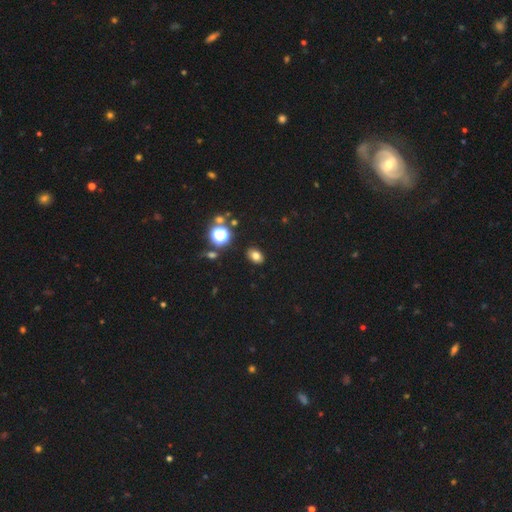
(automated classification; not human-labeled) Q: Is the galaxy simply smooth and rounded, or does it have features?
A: smooth — 75%.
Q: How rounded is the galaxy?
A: in between — 78%.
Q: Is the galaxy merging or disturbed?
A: none — 88%.